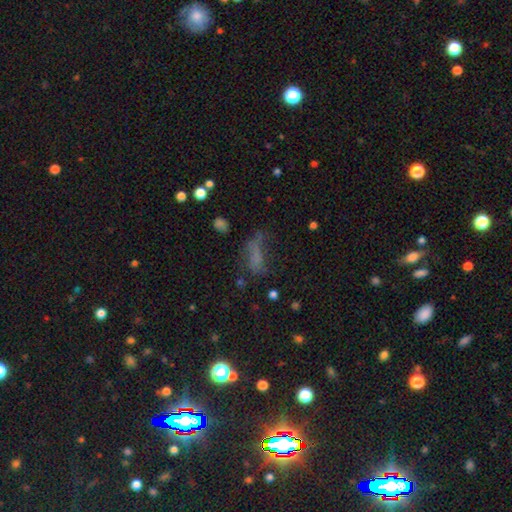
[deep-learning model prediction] Smooth or featured: smooth — 51% (star or artifact — 26%)
How rounded: in between — 60% (cigar-shaped — 33%)
Merging: none — 38% (major disturbance — 33%)